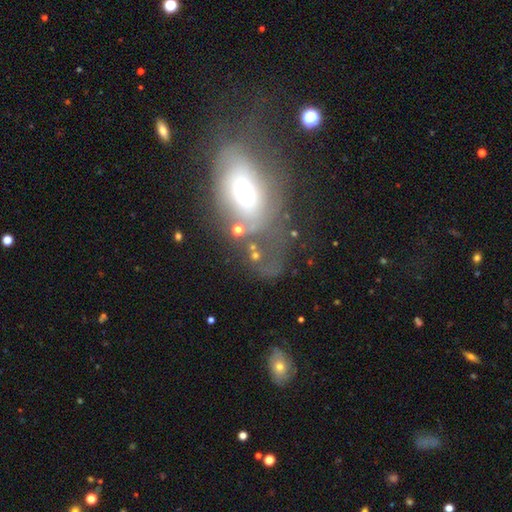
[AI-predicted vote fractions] smooth-or-featured: featured or disk: 39% | smooth: 38% | star or artifact: 23%
  merging: major disturbance: 39% | none: 34% | minor disturbance: 16% | merger: 11%